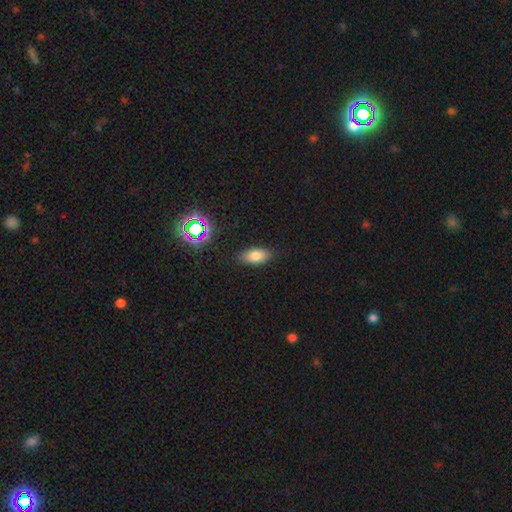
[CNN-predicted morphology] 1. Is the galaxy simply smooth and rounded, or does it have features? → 77% smooth, 12% star or artifact, 10% featured or disk.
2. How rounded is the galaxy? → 88% in between, 8% cigar-shaped, 4% round.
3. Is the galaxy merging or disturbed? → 85% none, 11% minor disturbance, 3% major disturbance, 1% merger.